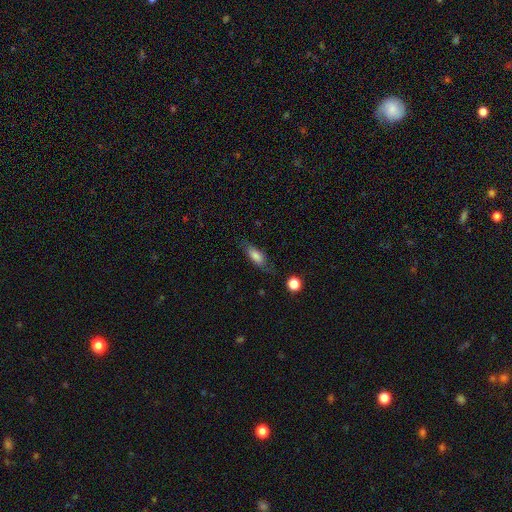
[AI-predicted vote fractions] The model was most divided on "how rounded": in between: 62%, cigar-shaped: 35%, round: 4%. More confident: merging — none (70%); smooth or featured — smooth (70%).